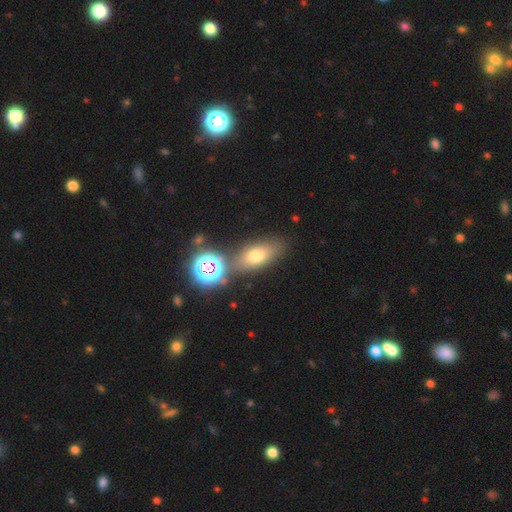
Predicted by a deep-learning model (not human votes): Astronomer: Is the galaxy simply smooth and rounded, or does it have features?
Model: smooth — 63%.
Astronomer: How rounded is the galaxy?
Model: in between — 71%.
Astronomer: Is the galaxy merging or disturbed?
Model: none — 72%.